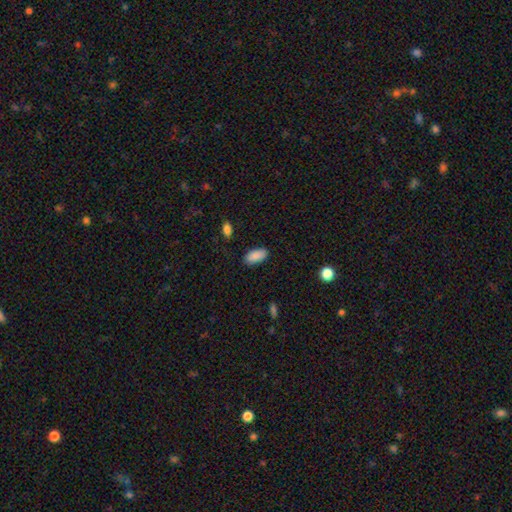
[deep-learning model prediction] A smooth galaxy with no disk features (89%) that is in between round and cigar-shaped (93%).

Vote fractions:
- Smooth or featured? smooth: 89% / star or artifact: 7% / featured or disk: 4%
- How rounded? in between: 93% / cigar-shaped: 5% / round: 2%
- Merging? none: 86% / minor disturbance: 10% / major disturbance: 2% / merger: 1%